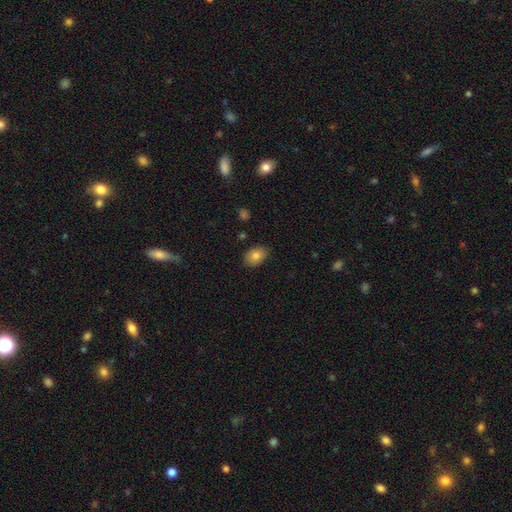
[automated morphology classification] This is clearly a smooth galaxy (82%). How rounded: clearly in between (83%). Merging: clearly none (85%).